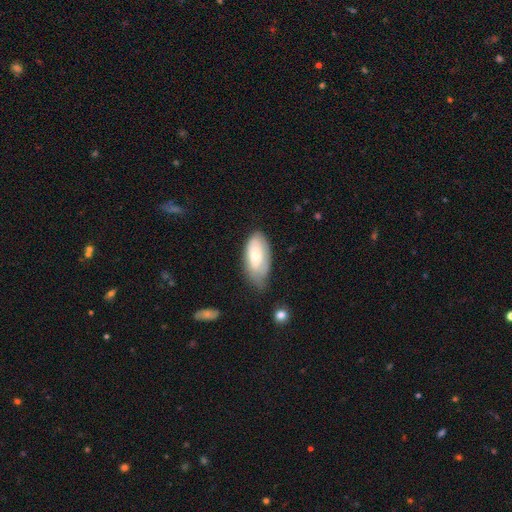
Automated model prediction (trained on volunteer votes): The model was most divided on "merging": none: 49%, minor disturbance: 37%, major disturbance: 12%, merger: 3%. More confident: how rounded — in between (92%); smooth or featured — smooth (61%).